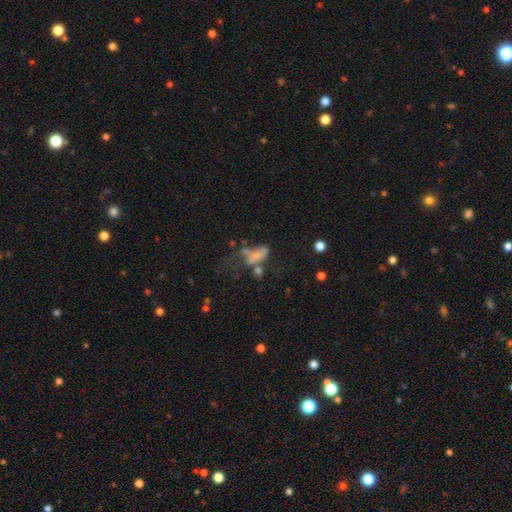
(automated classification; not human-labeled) This is possibly a smooth galaxy (49%). Merging: marginally major disturbance (42%).